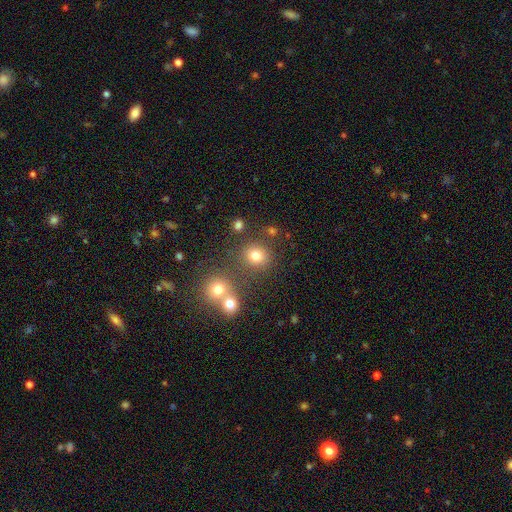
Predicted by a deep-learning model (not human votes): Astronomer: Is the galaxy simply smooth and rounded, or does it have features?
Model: smooth — 75%.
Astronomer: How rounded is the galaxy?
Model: round — 86%.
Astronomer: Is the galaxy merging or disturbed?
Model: none — 75%.